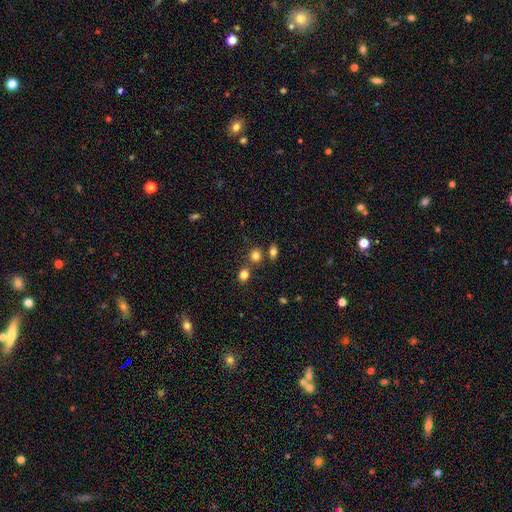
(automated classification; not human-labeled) Morphology: type=smooth (78%); roundness=round (74%); merging=none (69%).